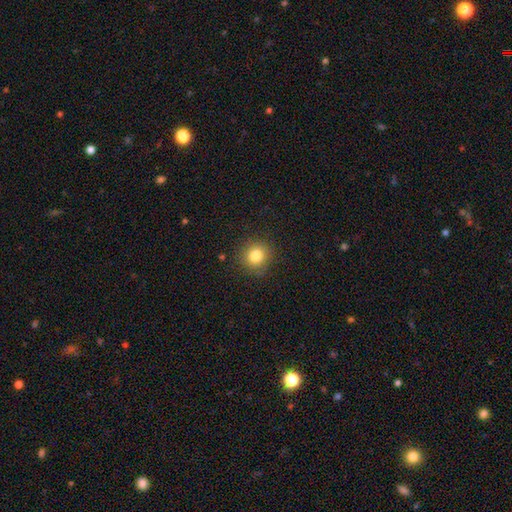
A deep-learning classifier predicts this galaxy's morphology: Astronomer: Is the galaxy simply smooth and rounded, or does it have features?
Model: smooth — 82%.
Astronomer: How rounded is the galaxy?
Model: round — 91%.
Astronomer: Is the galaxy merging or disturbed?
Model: none — 88%.